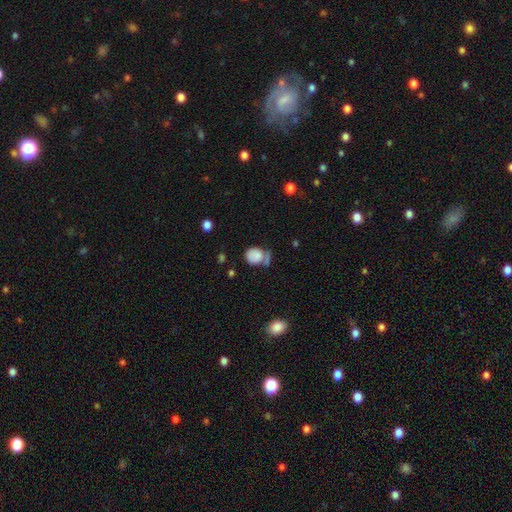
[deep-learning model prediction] Smooth or featured?
  - smooth: 80% *
  - featured or disk: 11%
  - star or artifact: 9%
How rounded?
  - round: 74% *
  - in between: 25%
  - cigar-shaped: 1%
Merging?
  - none: 51% *
  - merger: 19%
  - minor disturbance: 19%
  - major disturbance: 10%